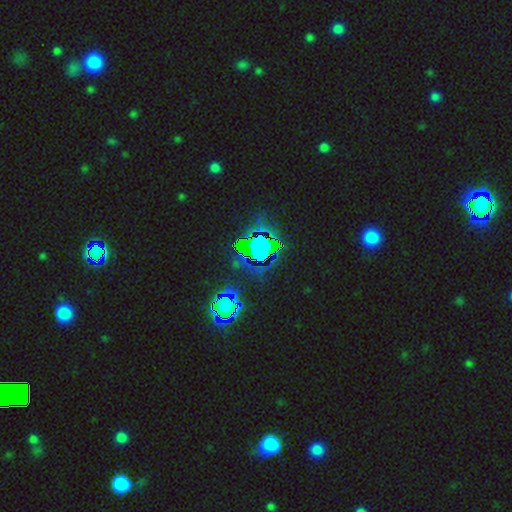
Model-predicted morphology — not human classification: Smooth or featured: star or artifact — 81% (smooth — 11%)